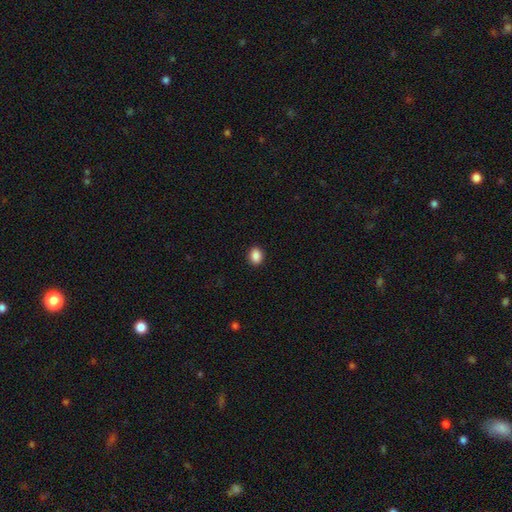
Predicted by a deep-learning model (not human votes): This appears to be a smooth galaxy with no disk features (88%) that is round (50%). Merging: none (91%).